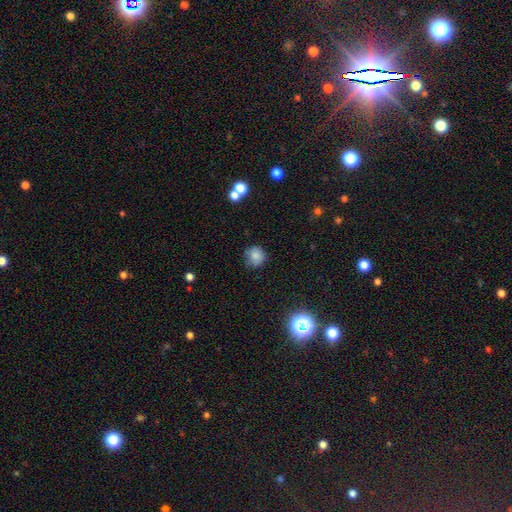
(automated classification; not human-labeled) Smooth or featured? smooth (81%)
How rounded? round (88%)
Merging? none (73%)